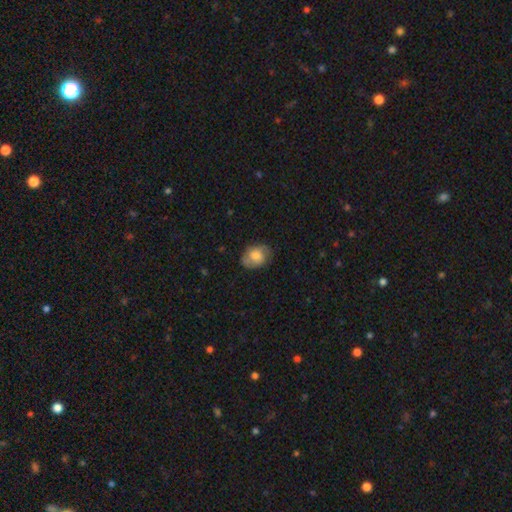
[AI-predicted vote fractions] Q: Smooth or featured?
A: smooth (56%); runner-up: featured or disk (36%)
Q: How rounded?
A: in between (68%); runner-up: round (31%)
Q: Merging?
A: none (72%); runner-up: minor disturbance (21%)